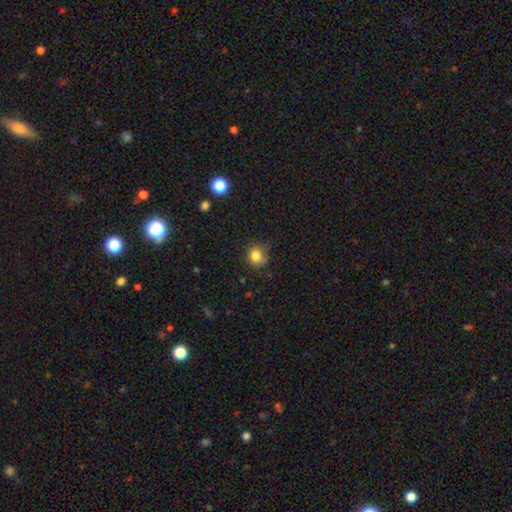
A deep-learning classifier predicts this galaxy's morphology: smooth-or-featured: smooth: 82% | star or artifact: 12% | featured or disk: 7%
  how-rounded: round: 83% | in between: 16% | cigar-shaped: 1%
  merging: none: 65% | minor disturbance: 25% | major disturbance: 7% | merger: 3%